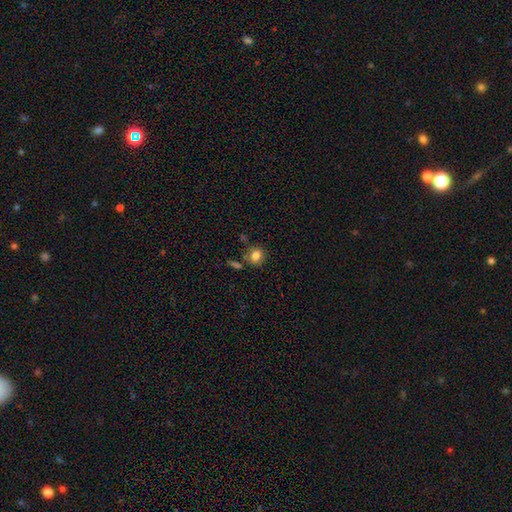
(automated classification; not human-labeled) The model was most divided on "how rounded": round: 72%, in between: 26%, cigar-shaped: 1%. More confident: smooth or featured — smooth (82%); merging — none (74%).